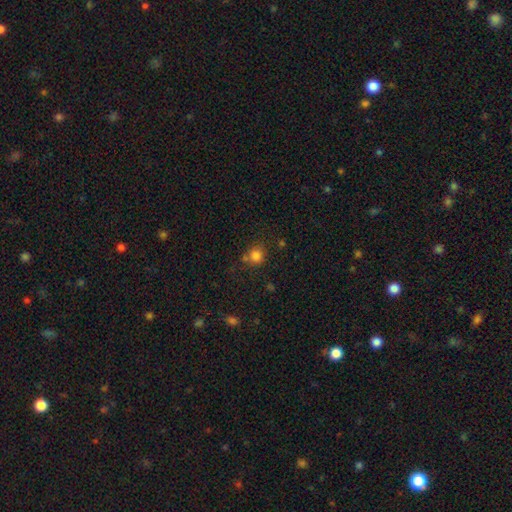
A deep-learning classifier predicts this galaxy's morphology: Smooth or featured?
  - smooth: 82% *
  - star or artifact: 13%
  - featured or disk: 5%
How rounded?
  - round: 84% *
  - in between: 15%
  - cigar-shaped: 1%
Merging?
  - none: 67% *
  - minor disturbance: 15%
  - merger: 12%
  - major disturbance: 6%